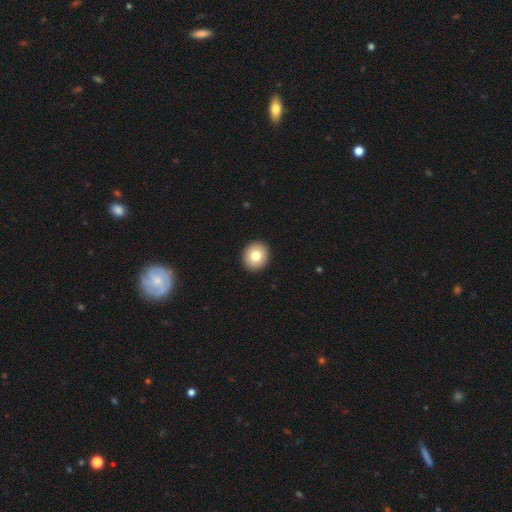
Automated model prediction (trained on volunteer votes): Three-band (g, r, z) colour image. It shows a smooth galaxy with no disk features (78%) that is round (84%). Merging: none (93%).